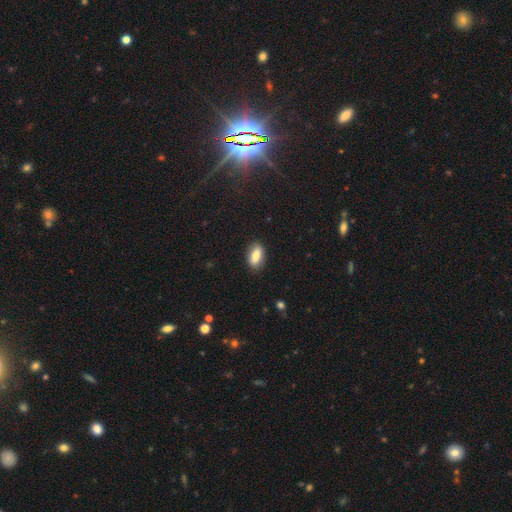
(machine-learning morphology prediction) A smooth galaxy with no disk features (79%) that is in between round and cigar-shaped (88%). Merging: none (86%).